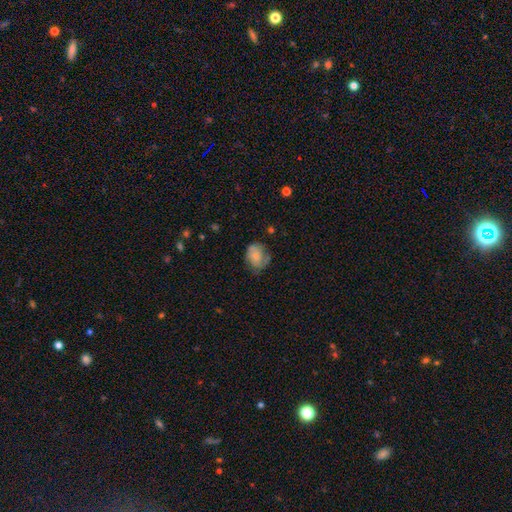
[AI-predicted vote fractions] Q: Smooth or featured?
A: smooth (64%); runner-up: featured or disk (28%)
Q: How rounded?
A: in between (53%); runner-up: round (46%)
Q: Merging?
A: none (53%); runner-up: minor disturbance (31%)